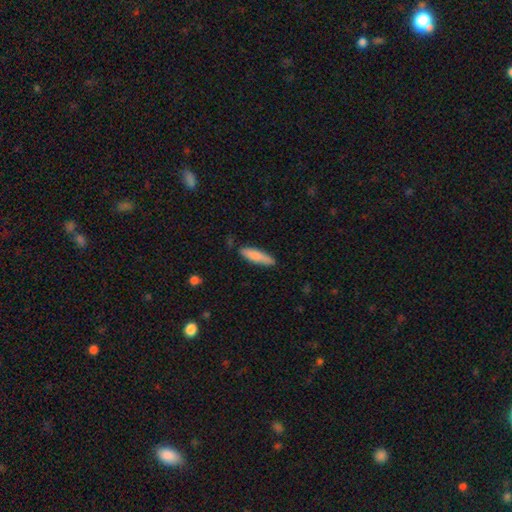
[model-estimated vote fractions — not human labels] smooth 83%, featured or disk 12%, star or artifact 6%. Down the decision tree: how rounded — cigar-shaped (73%); merging — none (82%).